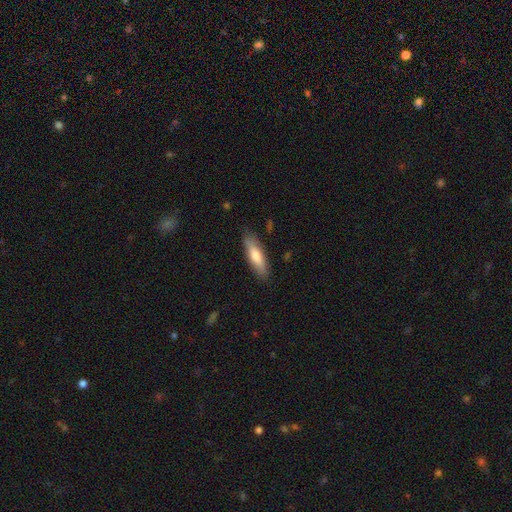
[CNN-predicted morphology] This appears to be a smooth galaxy with no disk features (72%) that is cigar-shaped (57%). Merging: none (83%).